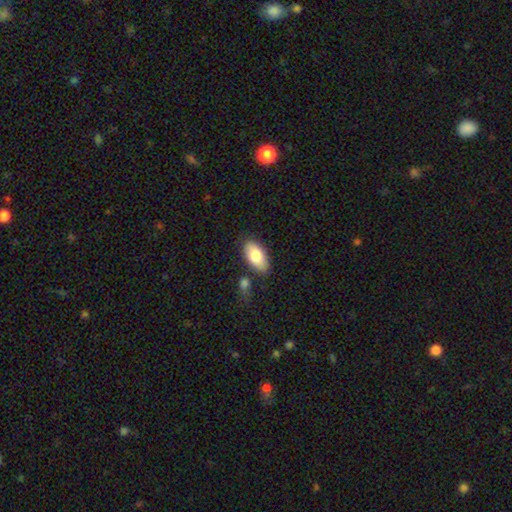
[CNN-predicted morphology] Overall: smooth (80%). How rounded: in between (93%). Merging: none (78%).